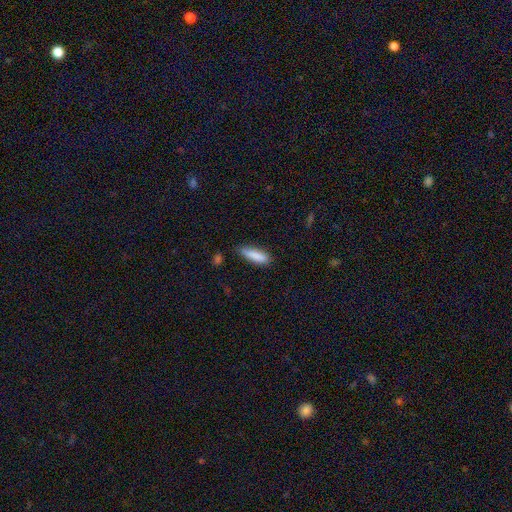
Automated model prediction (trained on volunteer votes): Q: Smooth or featured?
A: smooth (86%); runner-up: featured or disk (7%)
Q: How rounded?
A: cigar-shaped (62%); runner-up: in between (37%)
Q: Merging?
A: none (74%); runner-up: minor disturbance (20%)